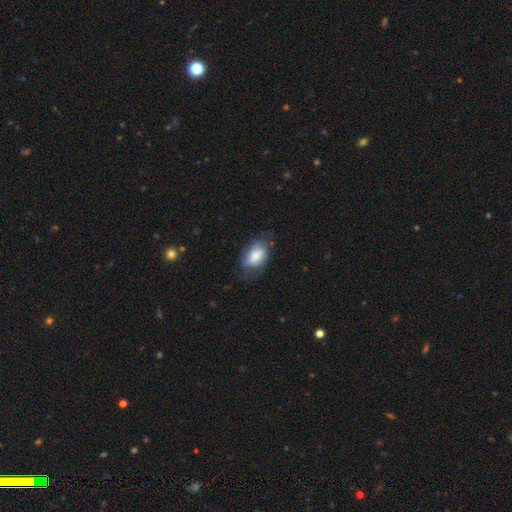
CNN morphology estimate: Smooth or featured: smooth — 65% (featured or disk — 27%)
How rounded: in between — 89% (round — 8%)
Merging: none — 56% (minor disturbance — 28%)